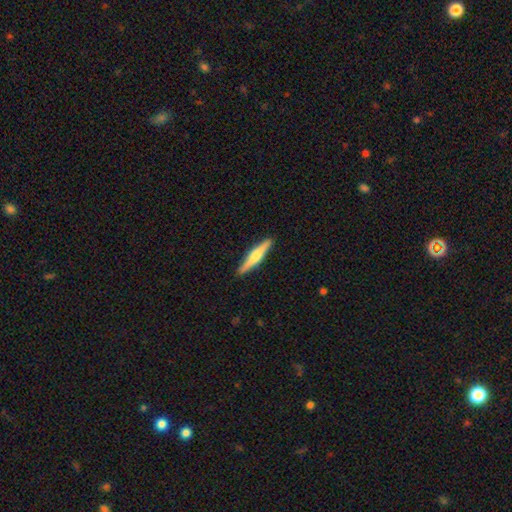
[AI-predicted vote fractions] featured or disk 53%, smooth 42%, star or artifact 5%. Down the decision tree: edge-on disk — yes (97%); edge-on bulge — rounded (87%); merging — none (91%).